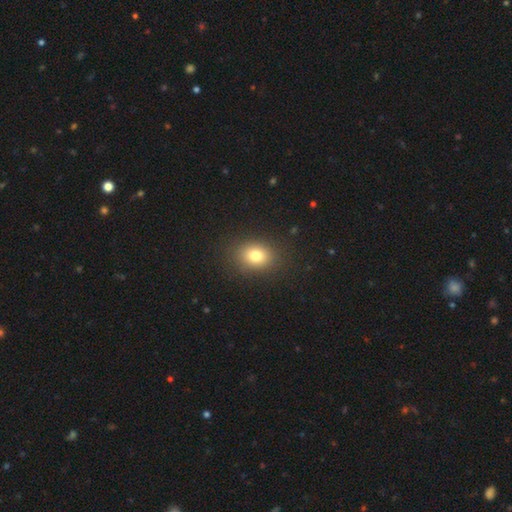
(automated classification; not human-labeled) Morphology: type=smooth (79%); roundness=in between (53%); merging=none (87%).